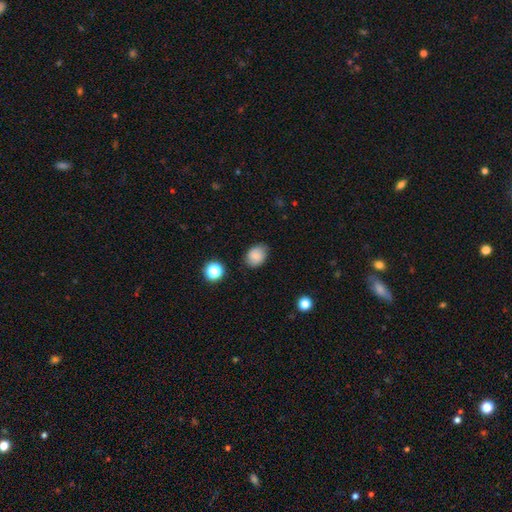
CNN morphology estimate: Smooth or featured? smooth (79%)
How rounded? in between (63%)
Merging? none (80%)